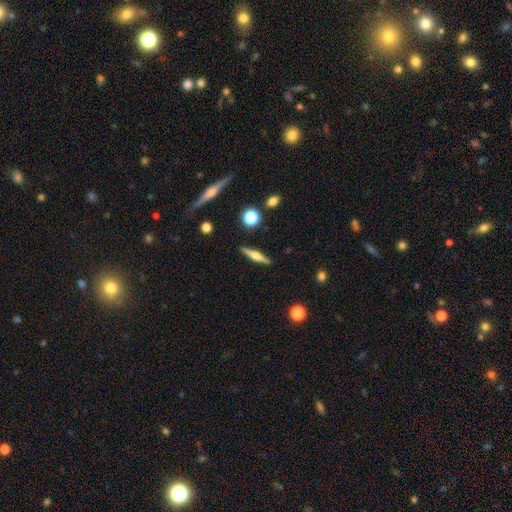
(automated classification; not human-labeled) Smooth or featured? featured or disk (61%)
Edge-on disk? yes (97%)
Edge-on bulge? rounded (84%)
Merging? none (89%)